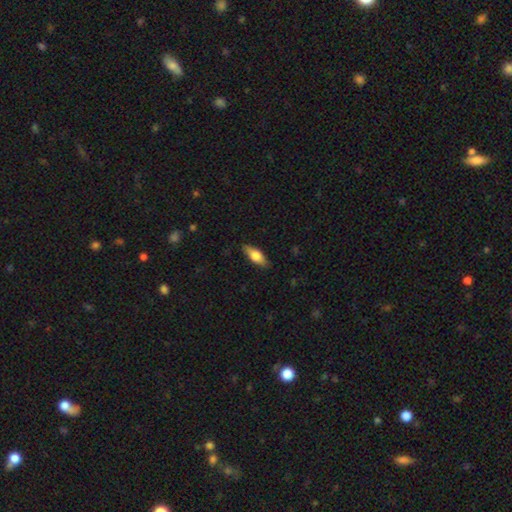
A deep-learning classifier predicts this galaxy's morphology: This is likely a smooth galaxy (66%). How rounded: likely in between (73%). Merging: clearly none (85%).